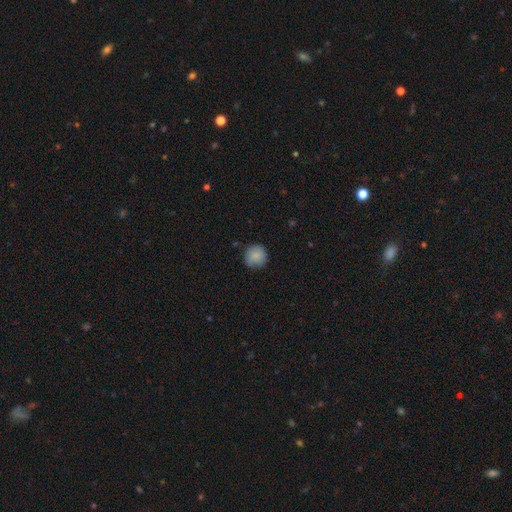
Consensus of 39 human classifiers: Smooth or featured?
  - smooth: 85% *
  - star or artifact: 10%
  - featured or disk: 5%
How rounded?
  - round: 91% *
  - in between: 9%
  - cigar-shaped: 0%
Merging?
  - none: 71% *
  - minor disturbance: 20%
  - major disturbance: 6%
  - merger: 3%